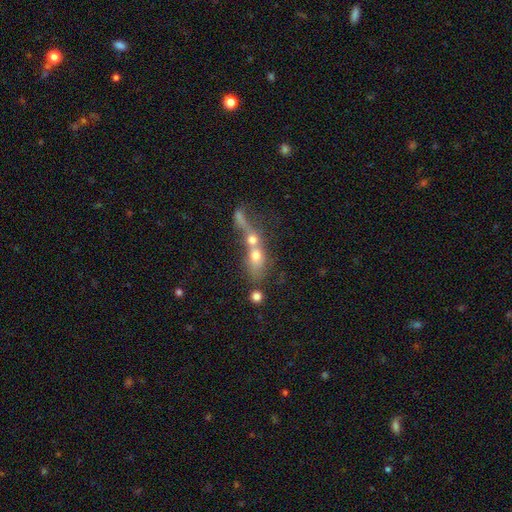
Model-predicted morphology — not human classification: smooth-or-featured: smooth: 53% | featured or disk: 32% | star or artifact: 14%
  how-rounded: in between: 45% | round: 34% | cigar-shaped: 21%
  merging: merger: 69% | none: 15% | major disturbance: 10% | minor disturbance: 6%